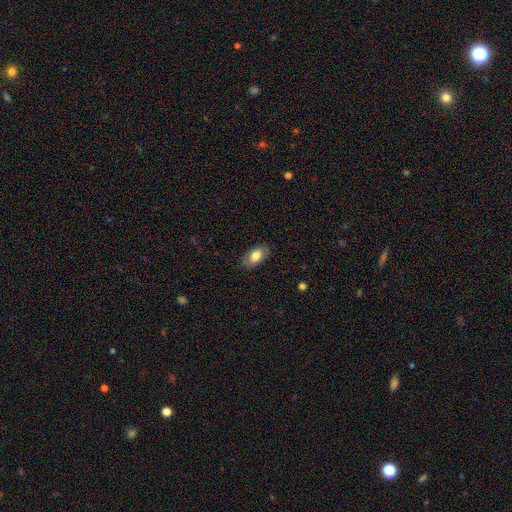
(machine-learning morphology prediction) type=smooth (77%); roundness=in between (93%); merging=none (82%).